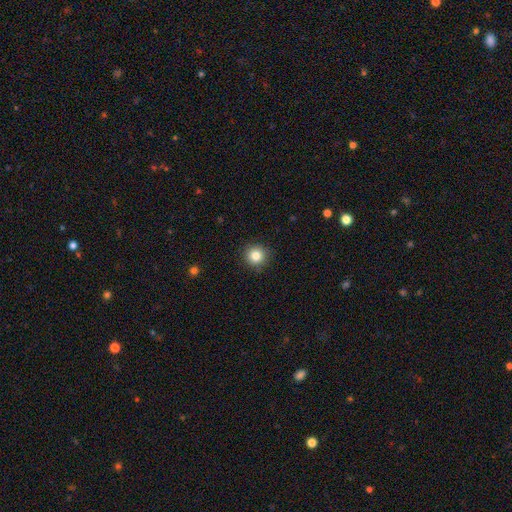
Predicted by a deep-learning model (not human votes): Morphology: type=smooth (83%); roundness=round (94%); merging=none (91%).